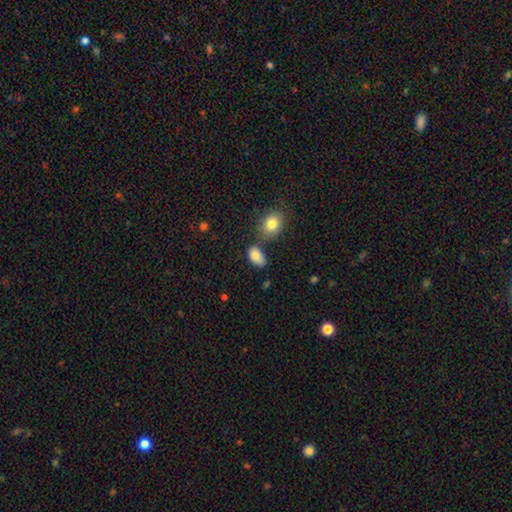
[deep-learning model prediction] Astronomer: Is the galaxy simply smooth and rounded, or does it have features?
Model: smooth — 84%.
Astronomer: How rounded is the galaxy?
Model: in between — 90%.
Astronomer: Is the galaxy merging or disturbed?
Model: none — 54%.